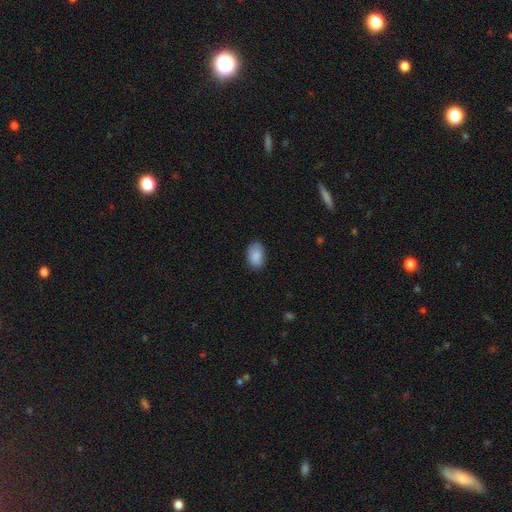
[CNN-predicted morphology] A smooth galaxy with no disk features (88%) that is in between round and cigar-shaped (89%).

Vote fractions:
- Smooth or featured? smooth: 88% / star or artifact: 7% / featured or disk: 5%
- How rounded? in between: 89% / round: 10% / cigar-shaped: 1%
- Merging? none: 79% / minor disturbance: 17% / major disturbance: 3% / merger: 1%